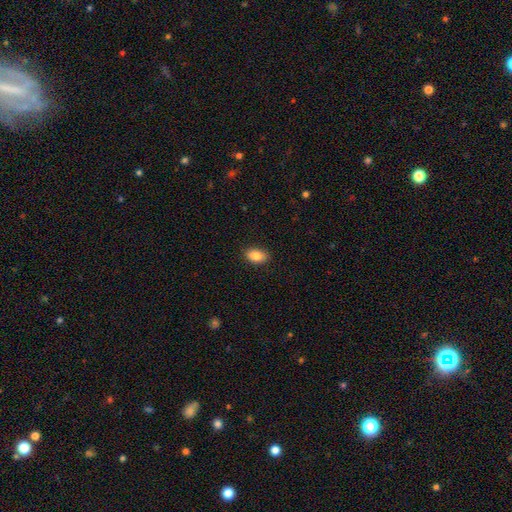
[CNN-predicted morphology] Smooth or featured?
  - smooth: 87% *
  - star or artifact: 8%
  - featured or disk: 5%
How rounded?
  - in between: 90% *
  - round: 8%
  - cigar-shaped: 2%
Merging?
  - none: 88% *
  - minor disturbance: 9%
  - major disturbance: 2%
  - merger: 1%